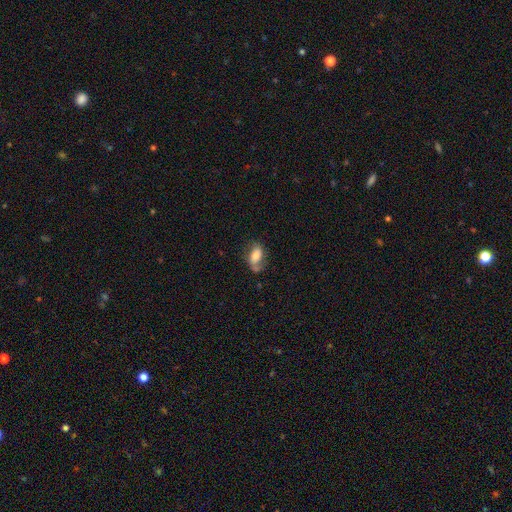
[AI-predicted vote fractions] A smooth galaxy with no disk features (65%) that is in between round and cigar-shaped (89%). Merging: none (47%).